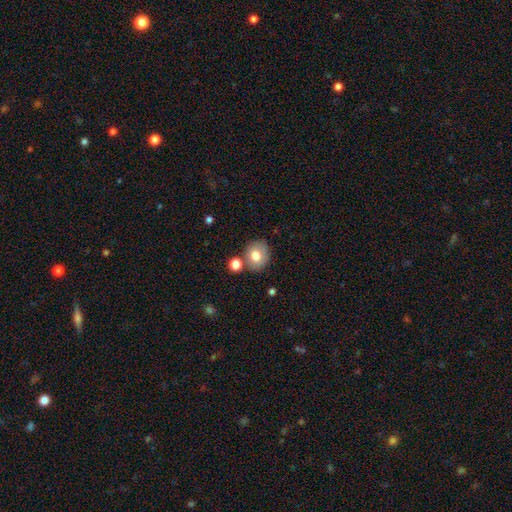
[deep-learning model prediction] smooth_or_featured: smooth (p=0.77) [alt: featured or disk p=0.13]
how_rounded: round (p=0.73) [alt: in between p=0.26]
merging: none (p=0.69) [alt: merger p=0.15]